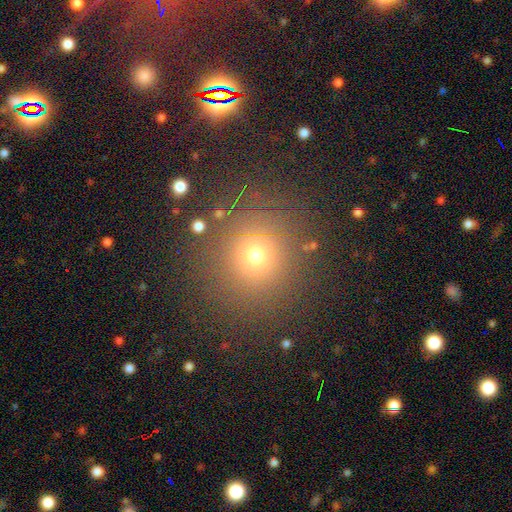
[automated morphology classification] Smooth or featured? smooth (67%)
How rounded? round (91%)
Merging? none (84%)